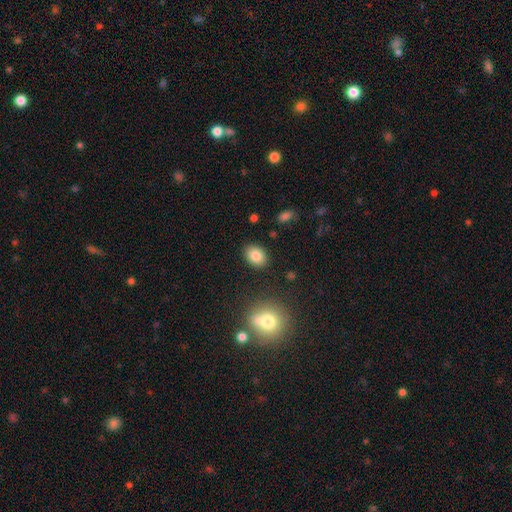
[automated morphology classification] type=smooth (84%); roundness=in between (70%); merging=none (87%).